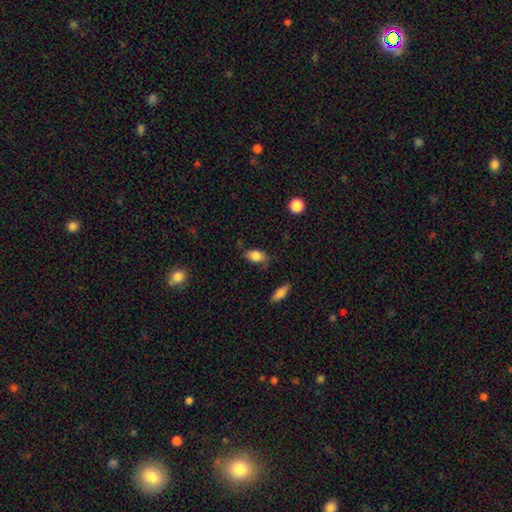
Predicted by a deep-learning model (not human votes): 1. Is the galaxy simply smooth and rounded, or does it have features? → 83% smooth, 9% featured or disk, 8% star or artifact.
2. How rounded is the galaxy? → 86% in between, 11% round, 3% cigar-shaped.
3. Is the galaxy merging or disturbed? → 65% none, 26% minor disturbance, 7% major disturbance, 2% merger.